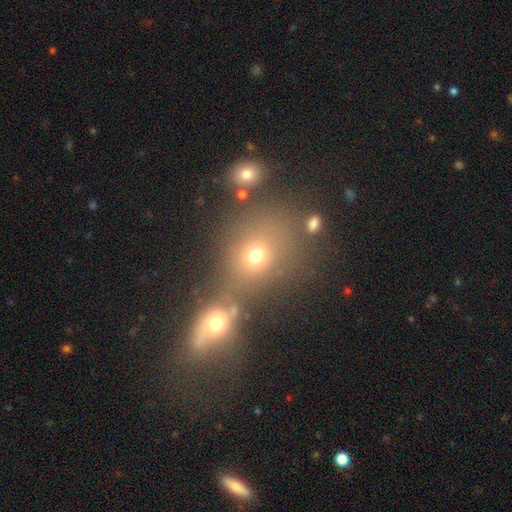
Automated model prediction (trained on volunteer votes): Smooth or featured: smooth — 70% (star or artifact — 18%)
How rounded: round — 62% (in between — 36%)
Merging: merger — 47% (none — 39%)